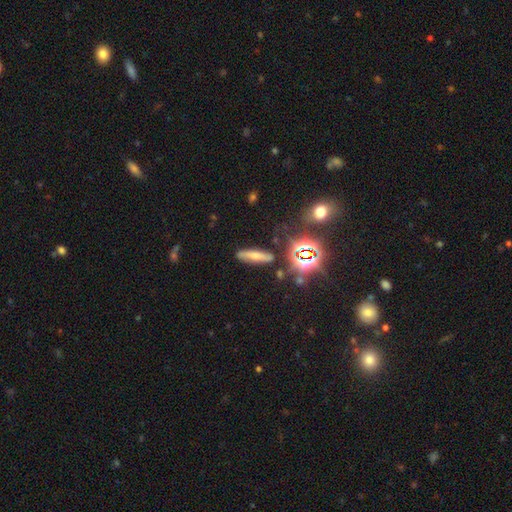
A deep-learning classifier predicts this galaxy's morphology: Smooth or featured? Predicted: smooth (p=0.55). How rounded? Predicted: cigar-shaped (p=0.69). Merging? Predicted: none (p=0.81).